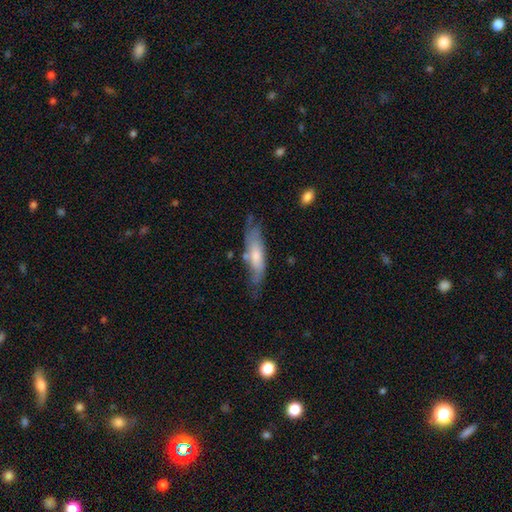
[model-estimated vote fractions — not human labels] Smooth or featured?
  - smooth: 54% *
  - featured or disk: 40%
  - star or artifact: 6%
How rounded?
  - cigar-shaped: 61% *
  - in between: 37%
  - round: 2%
Merging?
  - none: 54% *
  - minor disturbance: 30%
  - major disturbance: 11%
  - merger: 5%